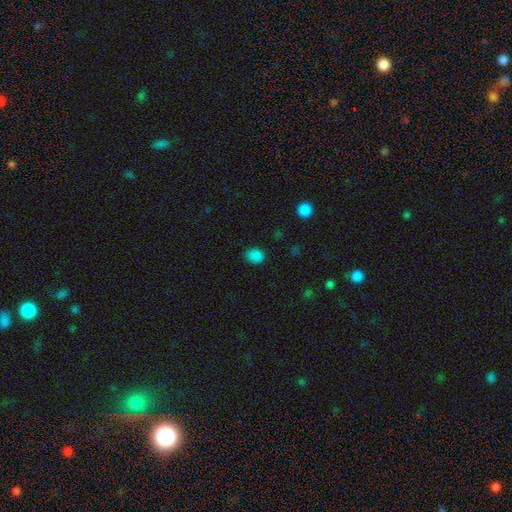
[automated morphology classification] smooth_or_featured: smooth (p=0.83) [alt: star or artifact p=0.14]
how_rounded: in between (p=0.58) [alt: round p=0.41]
merging: none (p=0.77) [alt: minor disturbance p=0.18]